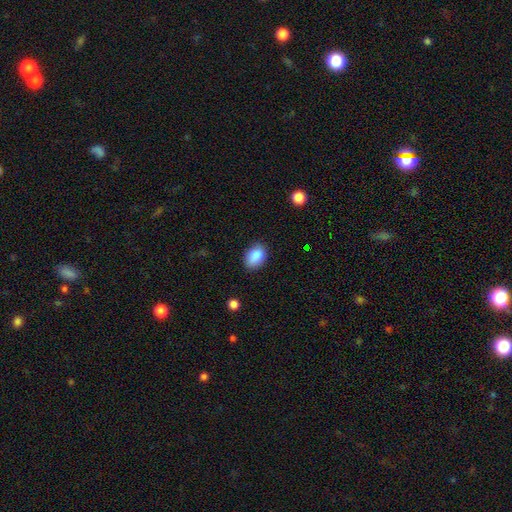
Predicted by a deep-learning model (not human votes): Smooth or featured? smooth (88%)
How rounded? in between (84%)
Merging? none (81%)